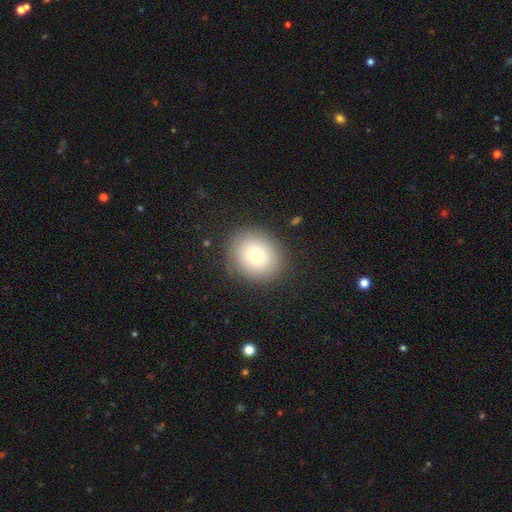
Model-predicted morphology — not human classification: Smooth or featured?
  - smooth: 76% *
  - featured or disk: 13%
  - star or artifact: 11%
How rounded?
  - round: 69% *
  - in between: 30%
  - cigar-shaped: 1%
Merging?
  - none: 86% *
  - minor disturbance: 9%
  - major disturbance: 4%
  - merger: 1%